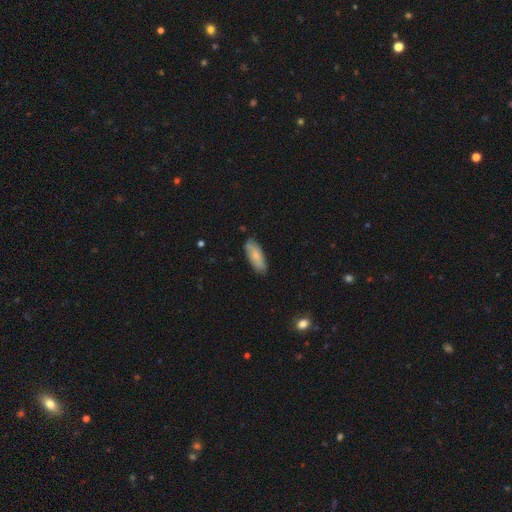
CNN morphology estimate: Smooth or featured? smooth (75%)
How rounded? in between (68%)
Merging? none (81%)